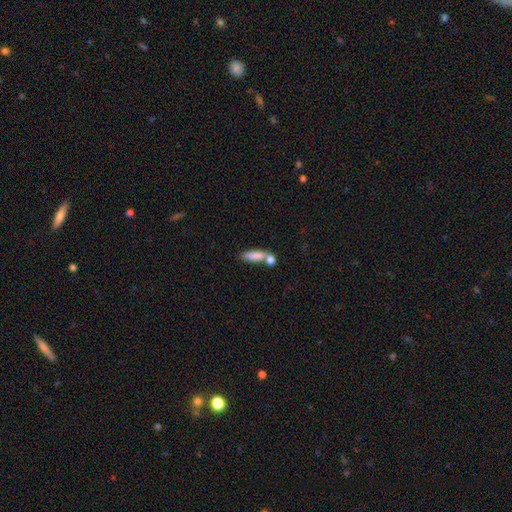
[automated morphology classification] A smooth galaxy with no disk features (82%) that is in between round and cigar-shaped (50%).

Vote fractions:
- Smooth or featured? smooth: 82% / featured or disk: 11% / star or artifact: 7%
- How rounded? in between: 50% / cigar-shaped: 46% / round: 4%
- Merging? none: 47% / merger: 36% / minor disturbance: 12% / major disturbance: 5%